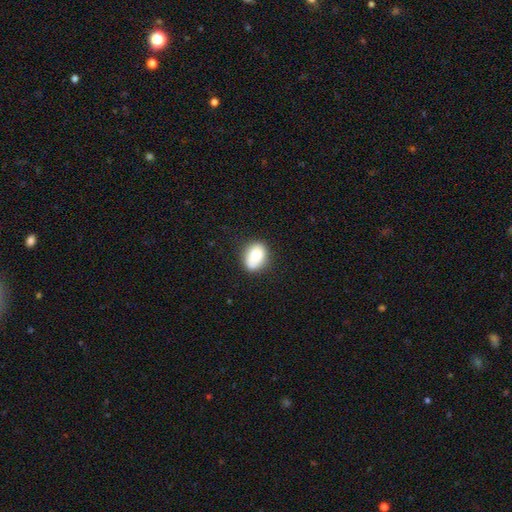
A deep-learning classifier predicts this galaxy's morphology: A smooth galaxy with no disk features (76%) that is in between round and cigar-shaped (64%). Merging: none (66%).